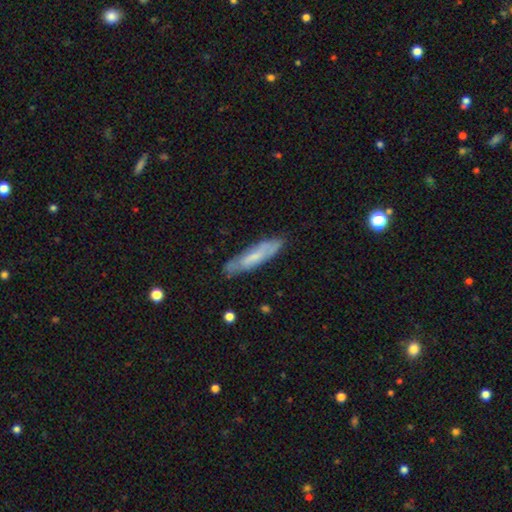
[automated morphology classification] Smooth or featured? Predicted: smooth (p=0.53). How rounded? Predicted: cigar-shaped (p=0.76). Merging? Predicted: none (p=0.77).